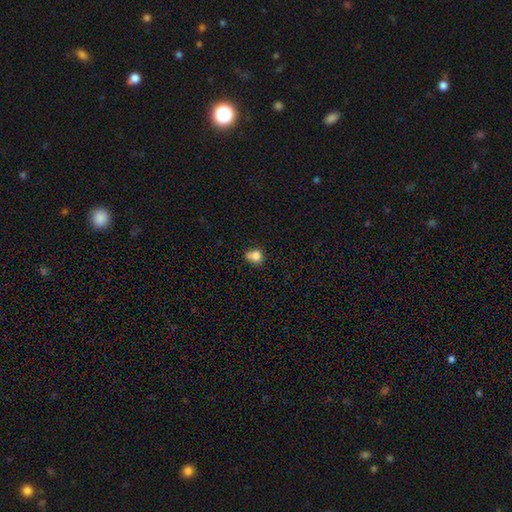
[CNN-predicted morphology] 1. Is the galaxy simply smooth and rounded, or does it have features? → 77% smooth, 11% star or artifact, 11% featured or disk.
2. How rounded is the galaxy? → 74% round, 25% in between, 1% cigar-shaped.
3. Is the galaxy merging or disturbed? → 46% none, 27% merger, 21% minor disturbance, 7% major disturbance.